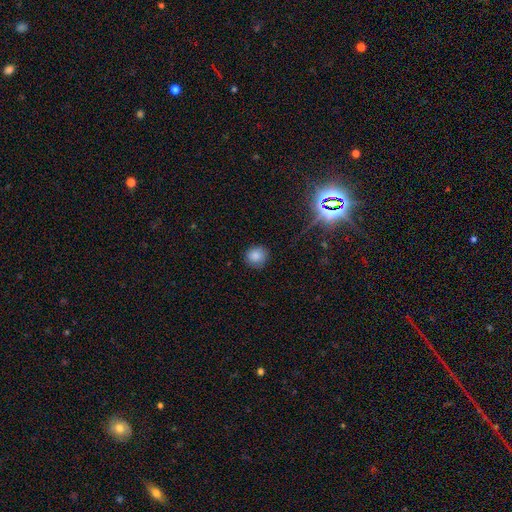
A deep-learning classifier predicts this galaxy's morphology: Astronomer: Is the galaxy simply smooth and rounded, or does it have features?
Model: smooth — 84%.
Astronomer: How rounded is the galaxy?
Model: round — 90%.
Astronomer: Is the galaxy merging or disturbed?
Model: none — 86%.